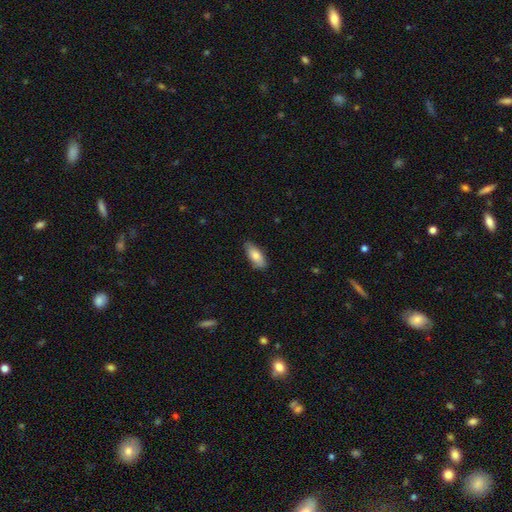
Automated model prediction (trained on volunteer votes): A smooth galaxy with no disk features (81%) that is in between round and cigar-shaped (83%).

Vote fractions:
- Smooth or featured? smooth: 81% / featured or disk: 13% / star or artifact: 6%
- How rounded? in between: 83% / cigar-shaped: 15% / round: 2%
- Merging? none: 81% / minor disturbance: 16% / major disturbance: 2% / merger: 1%